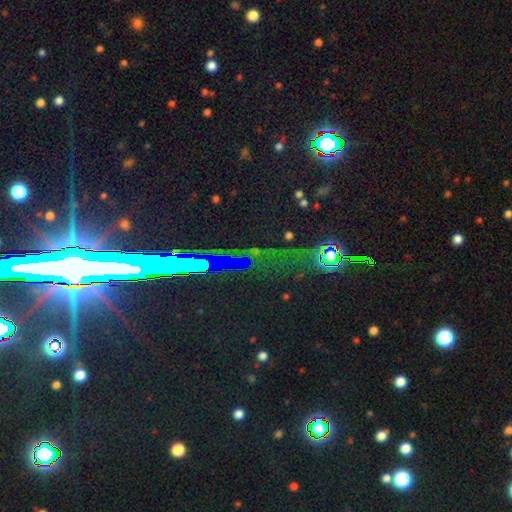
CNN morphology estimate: A star or artifact, not a galaxy (69%).

Vote fractions:
- Smooth or featured? star or artifact: 69% / featured or disk: 20% / smooth: 11%